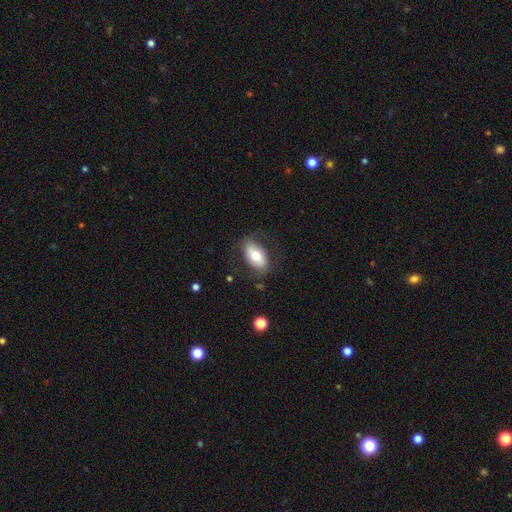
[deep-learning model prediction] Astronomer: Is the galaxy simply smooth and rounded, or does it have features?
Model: smooth — 66%.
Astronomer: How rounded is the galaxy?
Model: in between — 92%.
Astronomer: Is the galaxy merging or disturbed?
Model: none — 72%.